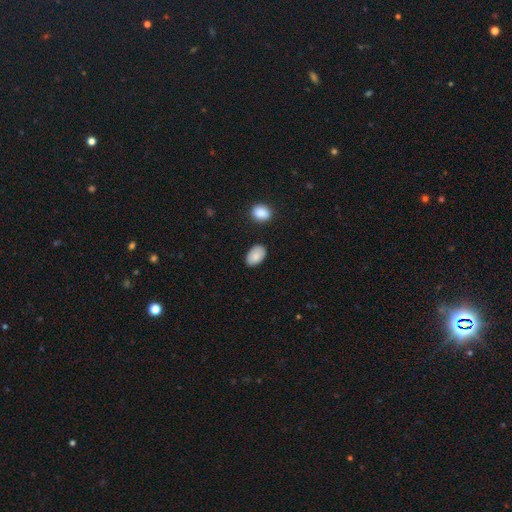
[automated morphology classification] type=smooth (88%); roundness=in between (91%); merging=none (84%).